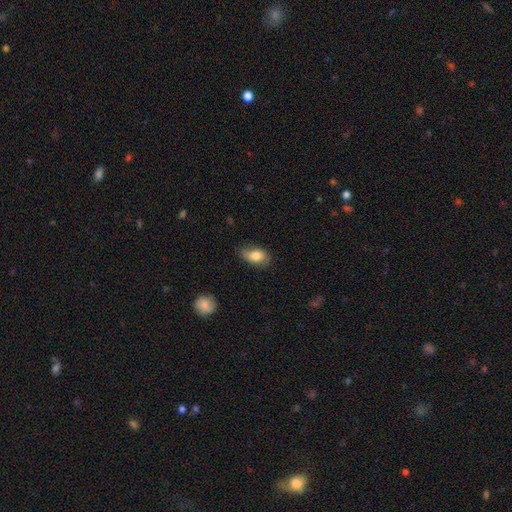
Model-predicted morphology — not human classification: smooth-or-featured: smooth: 79% | featured or disk: 13% | star or artifact: 7%
  how-rounded: in between: 89% | round: 8% | cigar-shaped: 3%
  merging: none: 69% | minor disturbance: 25% | major disturbance: 5% | merger: 1%